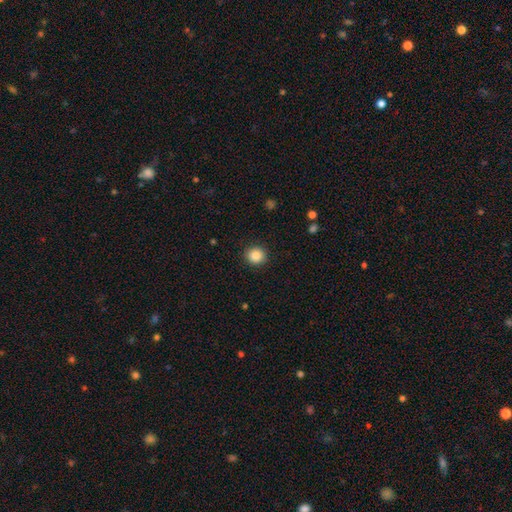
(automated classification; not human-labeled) Q: Smooth or featured?
A: smooth (87%); runner-up: star or artifact (10%)
Q: How rounded?
A: round (90%); runner-up: in between (9%)
Q: Merging?
A: none (91%); runner-up: minor disturbance (6%)